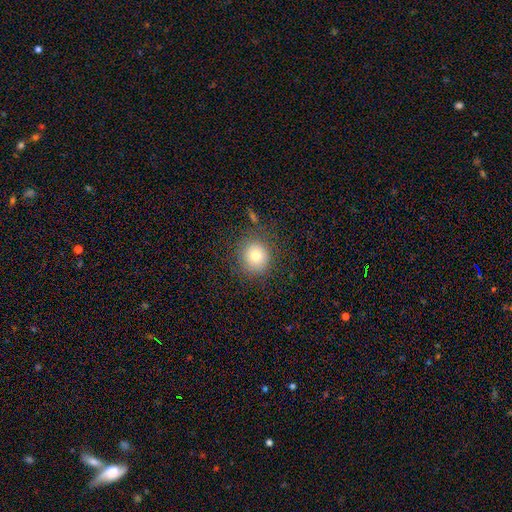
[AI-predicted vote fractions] Overall: smooth (76%). How rounded: round (90%). Merging: none (83%).